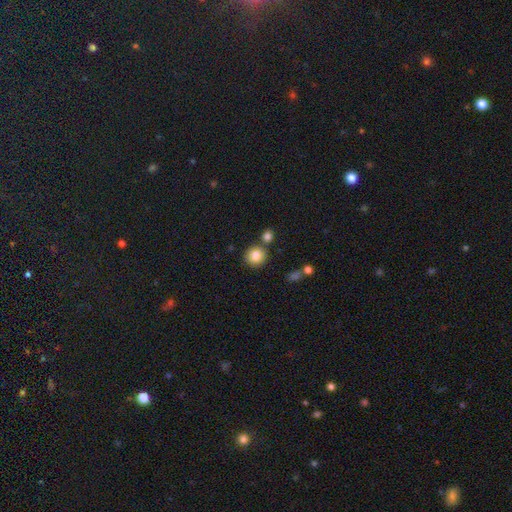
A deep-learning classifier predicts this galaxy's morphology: Overall: smooth (84%). How rounded: round (89%). Merging: none (75%).